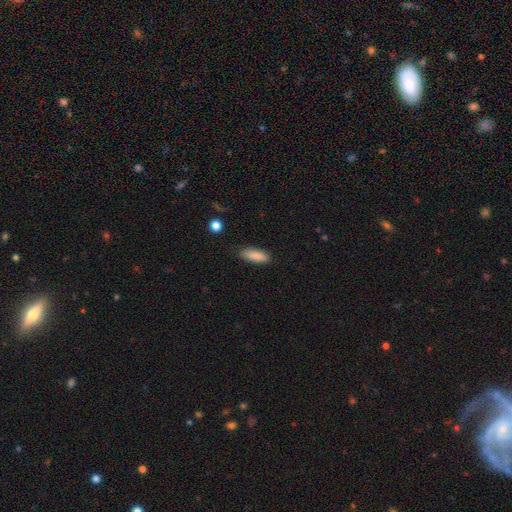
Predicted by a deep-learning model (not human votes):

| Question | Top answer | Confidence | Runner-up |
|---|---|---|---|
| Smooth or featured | smooth | 87% | featured or disk (7%) |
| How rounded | in between | 63% | cigar-shaped (35%) |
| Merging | none | 81% | minor disturbance (15%) |